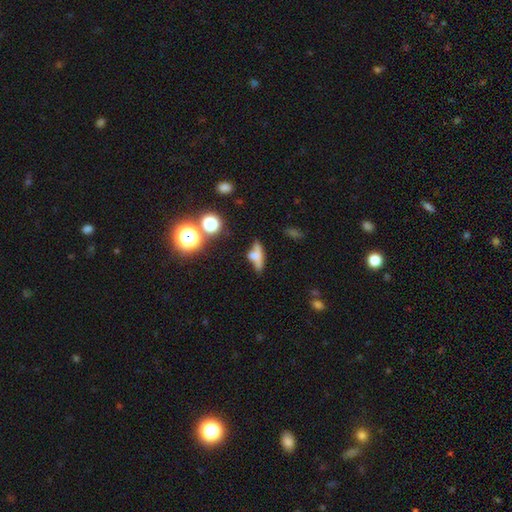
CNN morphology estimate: This is possibly a smooth galaxy (48%). Merging: marginally none (45%).